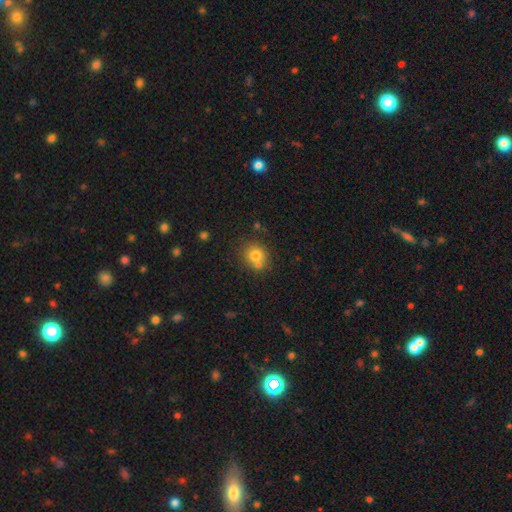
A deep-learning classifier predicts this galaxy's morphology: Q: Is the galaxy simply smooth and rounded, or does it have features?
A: smooth — 75%.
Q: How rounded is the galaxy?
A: round — 81%.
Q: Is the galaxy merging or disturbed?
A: none — 61%.